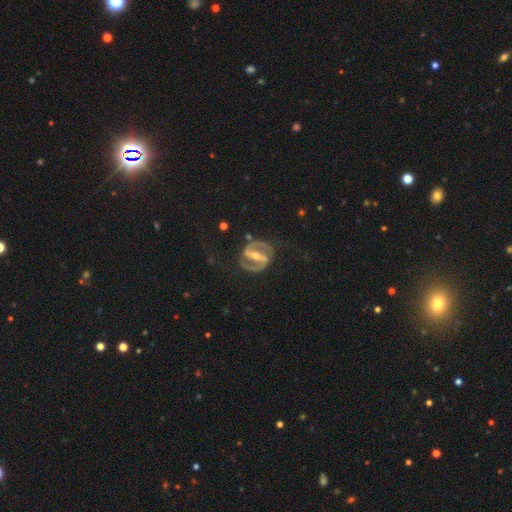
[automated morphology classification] A featured or disk galaxy (92%) with a strong bar (72%), 2 (94%) medium (55%) spiral arms (96%) and a moderate central bulge (52%). Merging: none (82%).